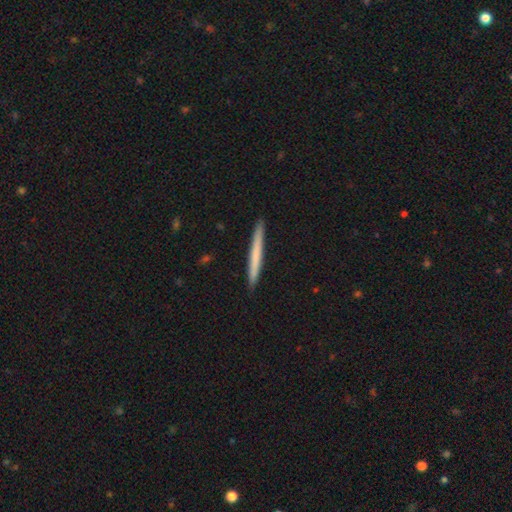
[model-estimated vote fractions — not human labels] A smooth galaxy with no disk features (65%) that is cigar-shaped (97%).

Vote fractions:
- Smooth or featured? smooth: 65% / featured or disk: 30% / star or artifact: 5%
- How rounded? cigar-shaped: 97% / in between: 2% / round: 1%
- Merging? none: 92% / minor disturbance: 6% / major disturbance: 1% / merger: 1%